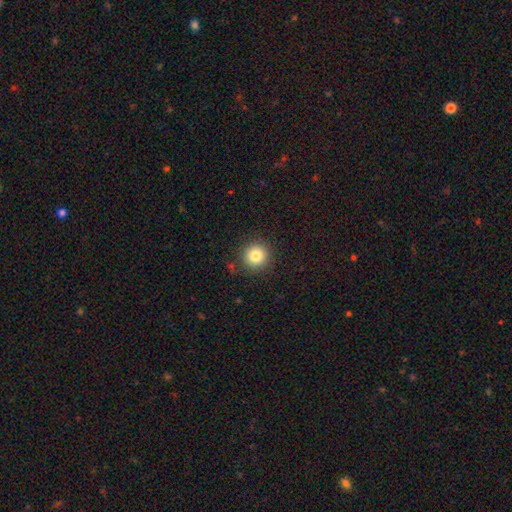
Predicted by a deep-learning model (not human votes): This appears to be a smooth galaxy with no disk features (82%) that is round (94%). Merging: none (89%).